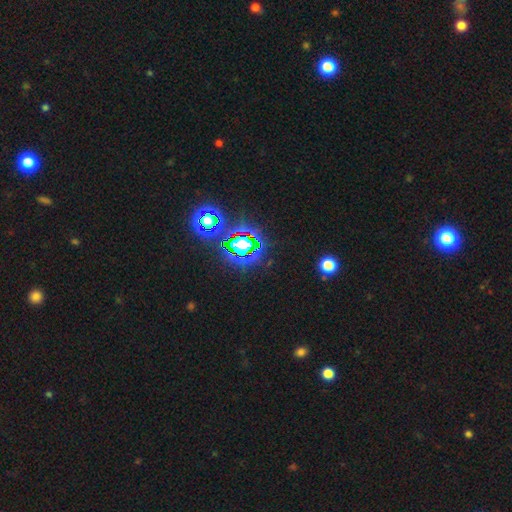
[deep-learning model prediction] smooth_or_featured: star or artifact (p=0.74) [alt: smooth p=0.17]